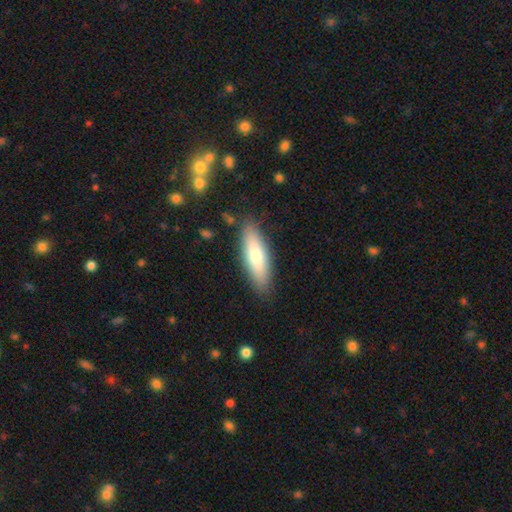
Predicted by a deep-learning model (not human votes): This appears to be a smooth galaxy with no disk features (70%) that is cigar-shaped (54%). Merging: none (87%).